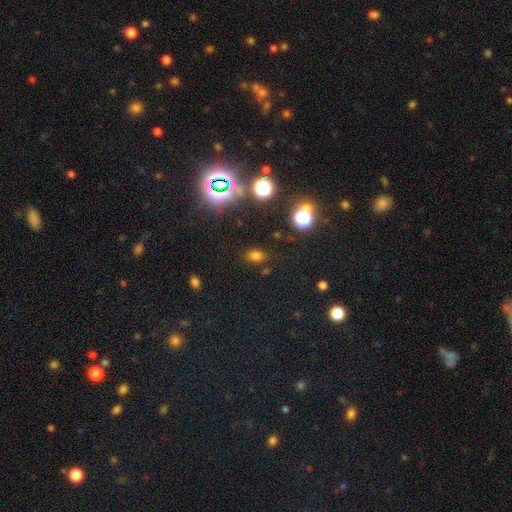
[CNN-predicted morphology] Q: Smooth or featured?
A: smooth (67%); runner-up: star or artifact (27%)
Q: How rounded?
A: in between (73%); runner-up: round (26%)
Q: Merging?
A: none (83%); runner-up: minor disturbance (11%)